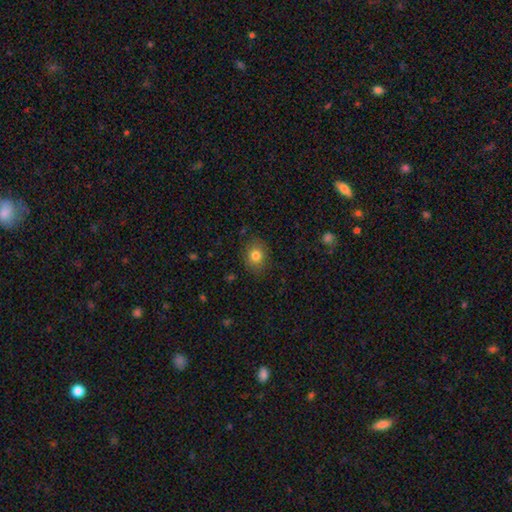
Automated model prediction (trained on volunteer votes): Smooth or featured? Predicted: smooth (p=0.80). How rounded? Predicted: round (p=0.50). Merging? Predicted: none (p=0.85).